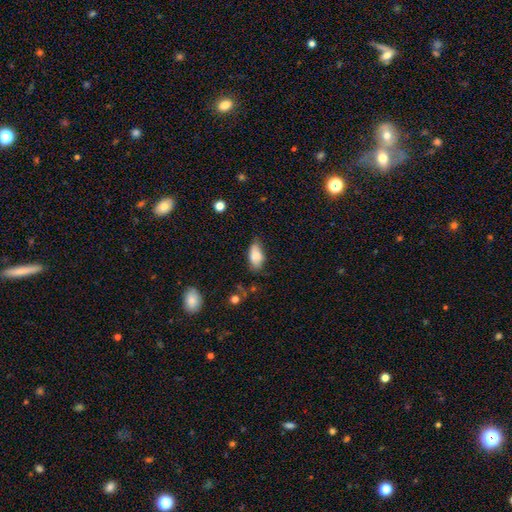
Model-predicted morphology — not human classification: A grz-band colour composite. It shows a smooth galaxy with no disk features (80%) that is in between round and cigar-shaped (88%). Merging: none (54%).